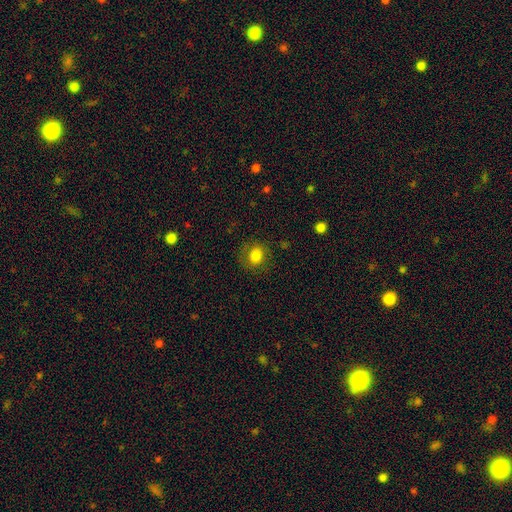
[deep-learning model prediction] Smooth or featured: smooth — 81% (star or artifact — 11%)
How rounded: round — 63% (in between — 36%)
Merging: none — 79% (minor disturbance — 14%)